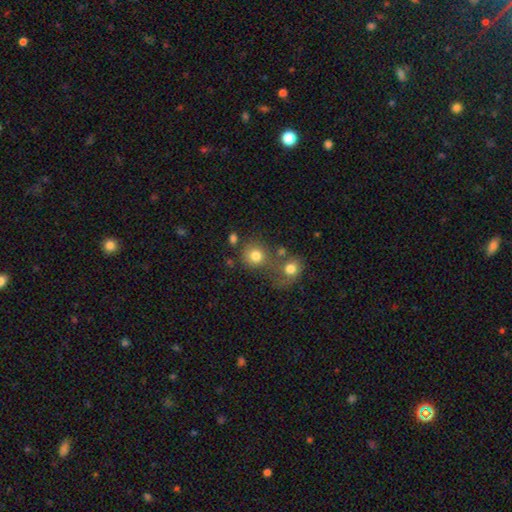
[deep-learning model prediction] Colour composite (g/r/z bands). It shows a smooth galaxy with no disk features (80%) that is round (85%). Merging: none (48%).